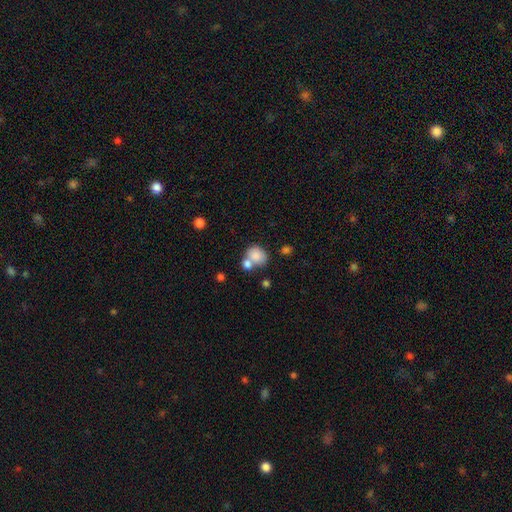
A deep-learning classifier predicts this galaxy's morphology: smooth-or-featured: smooth: 82% | featured or disk: 10% | star or artifact: 9%
  how-rounded: round: 58% | in between: 41% | cigar-shaped: 1%
  merging: none: 43% | merger: 40% | minor disturbance: 12% | major disturbance: 5%